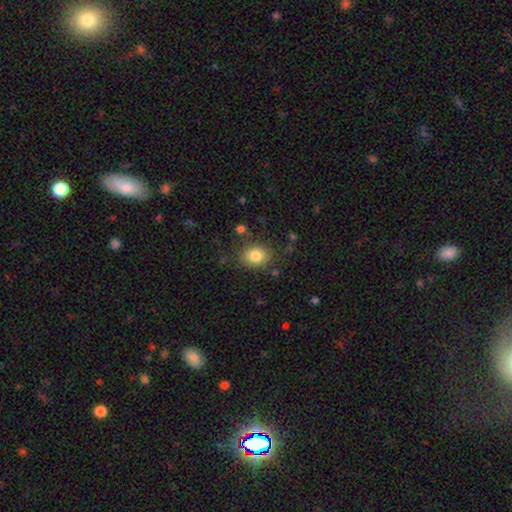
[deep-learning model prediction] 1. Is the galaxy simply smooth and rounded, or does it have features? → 82% smooth, 10% star or artifact, 9% featured or disk.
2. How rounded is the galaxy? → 51% in between, 48% round, 1% cigar-shaped.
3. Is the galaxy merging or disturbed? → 80% none, 13% minor disturbance, 4% major disturbance, 3% merger.